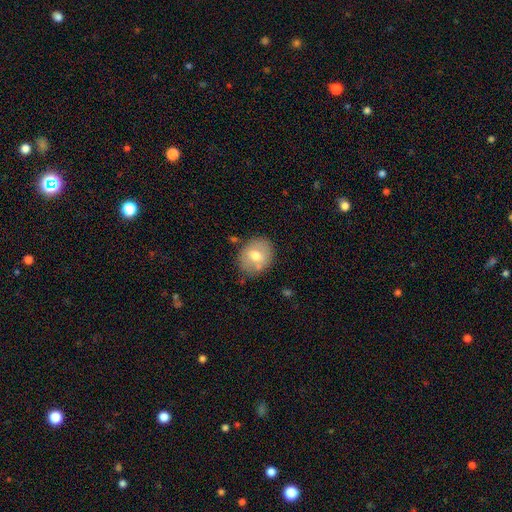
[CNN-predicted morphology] This is likely a smooth galaxy (65%). How rounded: possibly round (56%). Merging: likely none (75%).